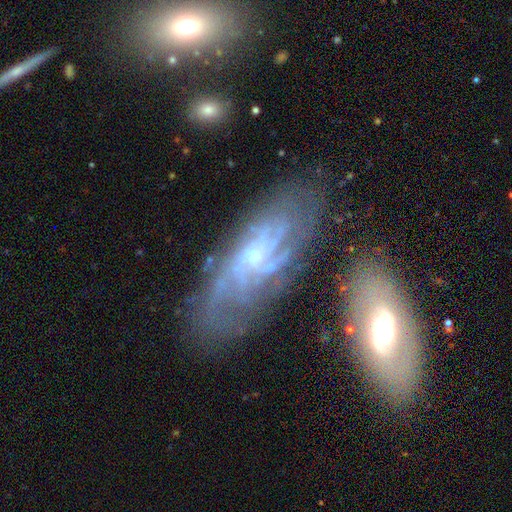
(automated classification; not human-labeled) This appears to be a featured or disk galaxy (81%) with no bar (62%), tight (59%) spiral arms (93%) and a small central bulge (63%). Merging: none (69%).